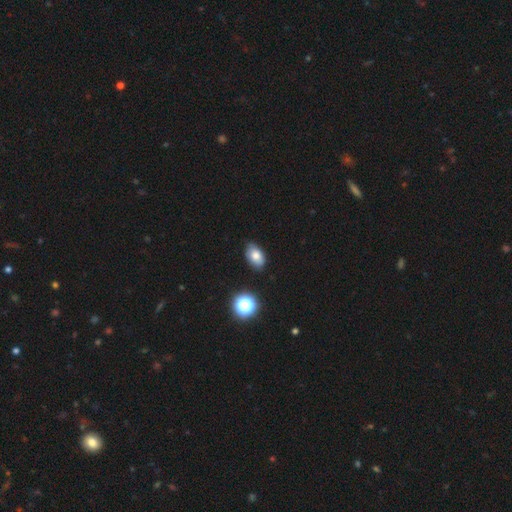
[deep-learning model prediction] smooth 79%, featured or disk 11%, star or artifact 11%. Down the decision tree: how rounded — in between (89%); merging — none (82%).